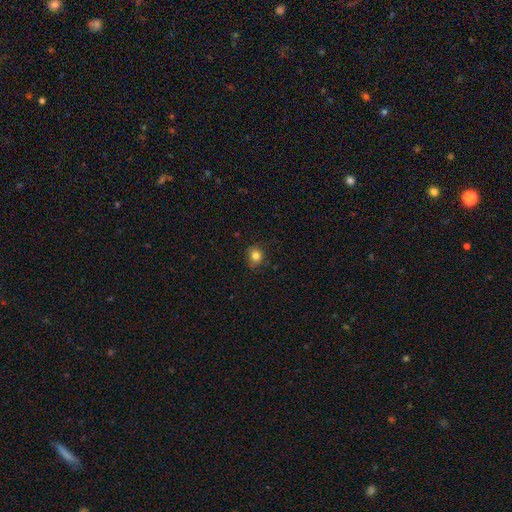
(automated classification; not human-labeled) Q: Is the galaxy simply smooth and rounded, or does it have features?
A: smooth — 83%.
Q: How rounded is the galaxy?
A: round — 78%.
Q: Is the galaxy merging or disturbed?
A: none — 80%.